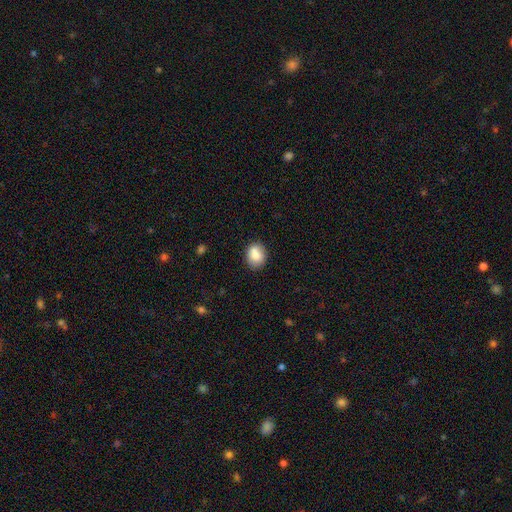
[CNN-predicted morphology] smooth-or-featured: smooth: 83% | featured or disk: 9% | star or artifact: 8%
  how-rounded: in between: 54% | round: 45% | cigar-shaped: 1%
  merging: none: 73% | minor disturbance: 17% | merger: 7% | major disturbance: 3%